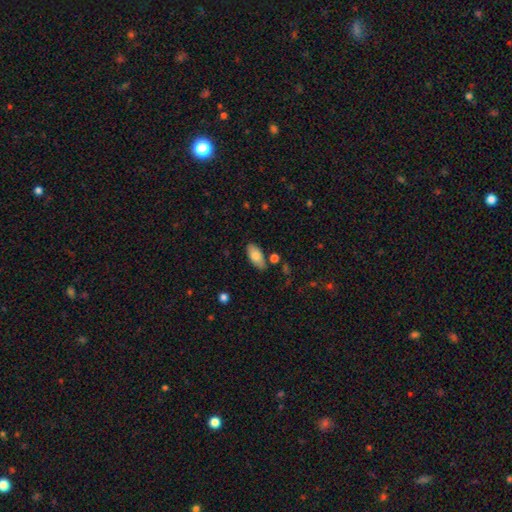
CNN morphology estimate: Smooth or featured: smooth — 81% (featured or disk — 13%)
How rounded: in between — 91% (cigar-shaped — 7%)
Merging: none — 79% (minor disturbance — 14%)